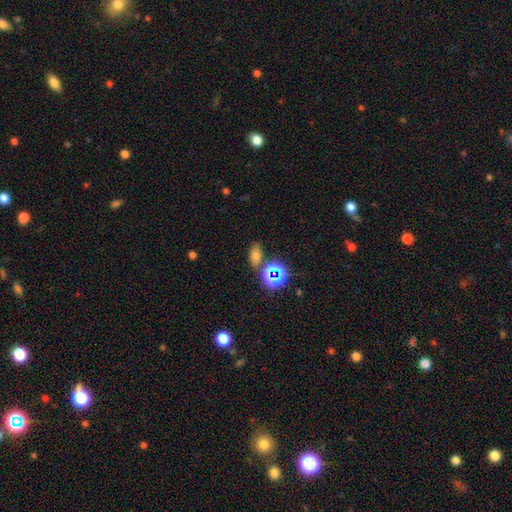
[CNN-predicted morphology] Smooth or featured?
  - smooth: 50% *
  - star or artifact: 40%
  - featured or disk: 10%
Merging?
  - none: 74% *
  - minor disturbance: 12%
  - merger: 10%
  - major disturbance: 5%